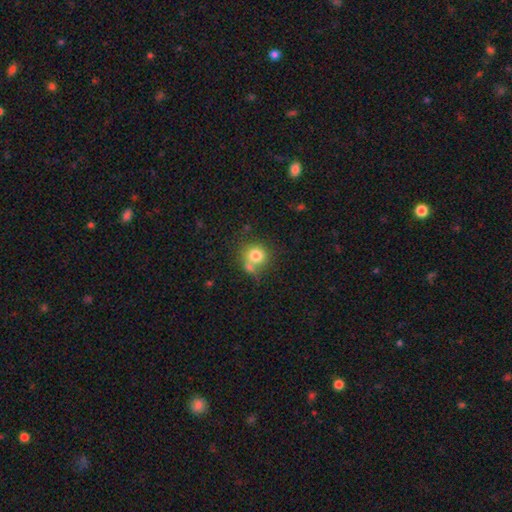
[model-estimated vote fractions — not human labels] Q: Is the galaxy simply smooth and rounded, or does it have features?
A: smooth — 77%.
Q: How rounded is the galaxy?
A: round — 87%.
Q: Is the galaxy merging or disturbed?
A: none — 51%.